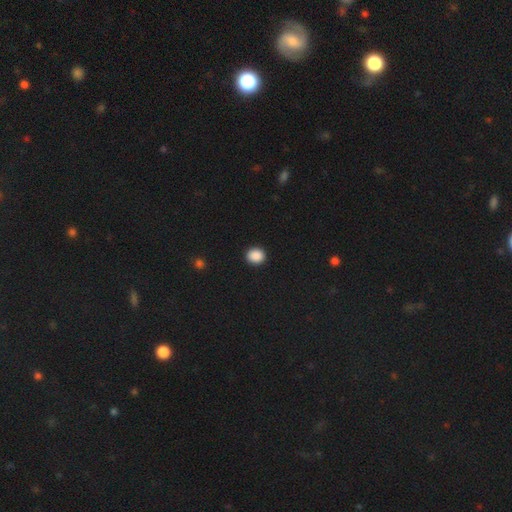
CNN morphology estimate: Overall: smooth (89%). How rounded: round (77%). Merging: none (92%).